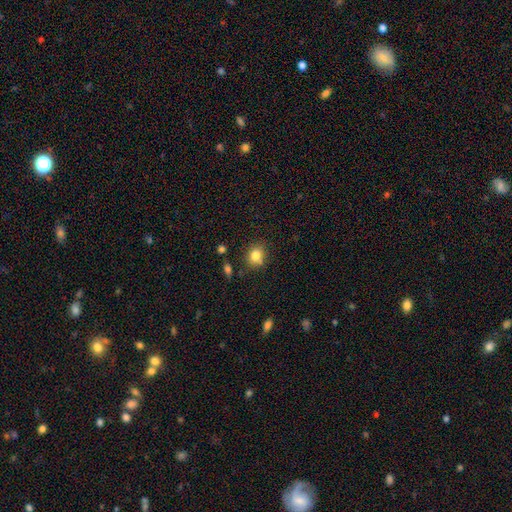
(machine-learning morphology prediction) Q: Smooth or featured?
A: smooth (81%); runner-up: star or artifact (11%)
Q: How rounded?
A: round (68%); runner-up: in between (31%)
Q: Merging?
A: none (74%); runner-up: minor disturbance (15%)